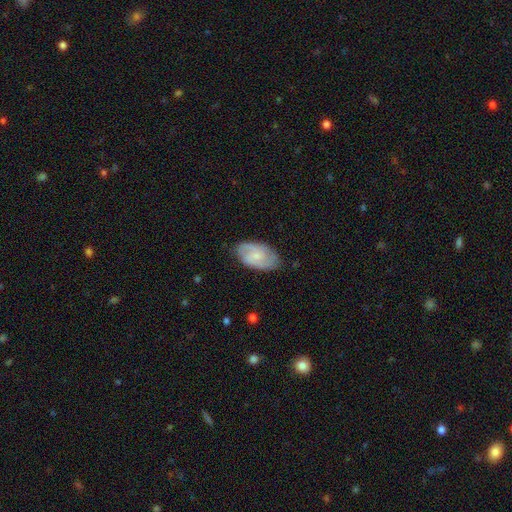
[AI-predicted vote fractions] A featured or disk galaxy (55%) with no bar (64%), spiral arms (87%) and a small central bulge (63%).

Vote fractions:
- Smooth or featured? featured or disk: 55% / smooth: 38% / star or artifact: 6%
- Edge-on disk? no: 95% / yes: 5%
- Bar? no: 64% / weak: 32% / strong: 4%
- Spiral arms? yes: 87% / no: 13%
- Bulge size? small: 63% / moderate: 25% / none: 10% / large: 2% / dominant: 1%
- Merging? none: 76% / minor disturbance: 18% / major disturbance: 4% / merger: 1%